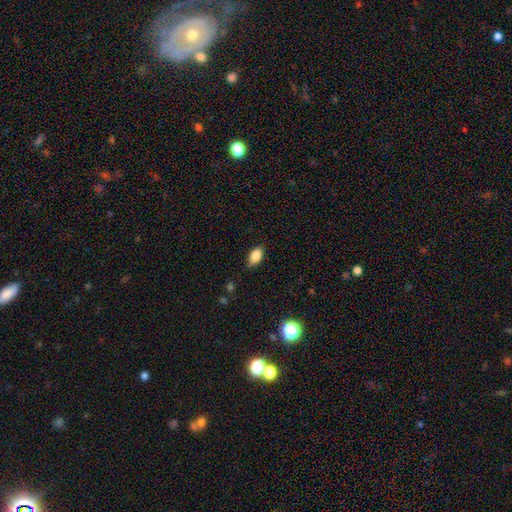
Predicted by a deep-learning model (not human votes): Smooth or featured? smooth (84%)
How rounded? in between (90%)
Merging? none (81%)